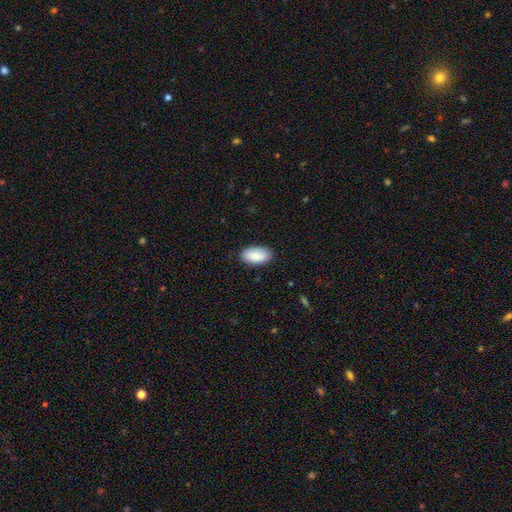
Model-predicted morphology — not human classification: A smooth galaxy with no disk features (90%) that is in between round and cigar-shaped (96%).

Vote fractions:
- Smooth or featured? smooth: 90% / star or artifact: 6% / featured or disk: 4%
- How rounded? in between: 96% / cigar-shaped: 2% / round: 2%
- Merging? none: 87% / minor disturbance: 10% / major disturbance: 2% / merger: 1%